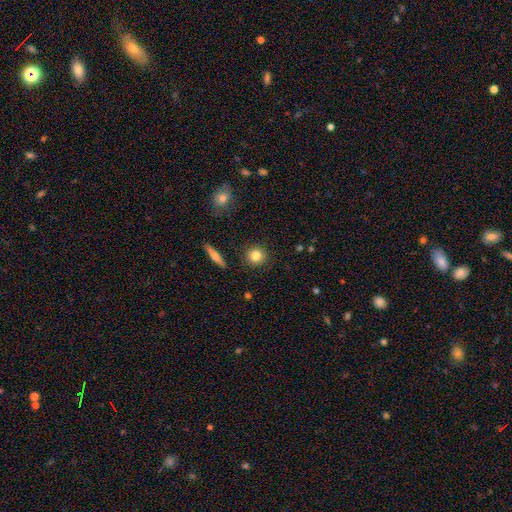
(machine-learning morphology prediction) This is clearly a smooth galaxy (81%). How rounded: clearly round (91%). Merging: clearly none (90%).